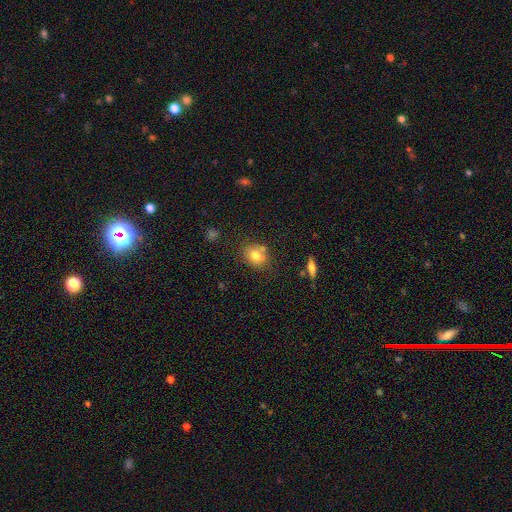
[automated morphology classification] This appears to be a smooth galaxy with no disk features (74%) that is round (53%). Merging: none (64%).